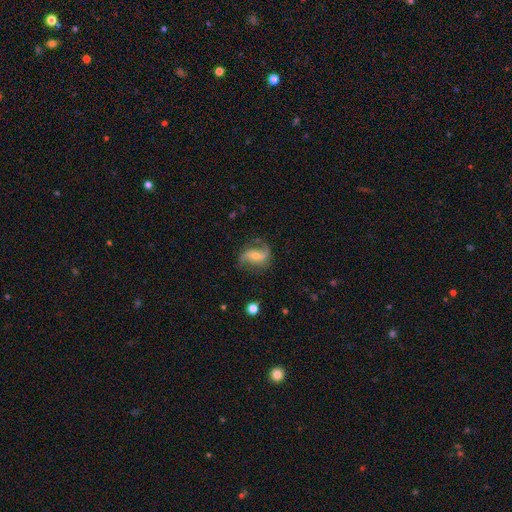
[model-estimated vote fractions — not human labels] The model was most divided on "bar": no: 43%, weak: 36%, strong: 22%. More confident: edge-on disk — no (96%); spiral arms — yes (94%); spiral arm count — 2 (88%); smooth or featured — featured or disk (79%); merging — none (68%); spiral winding — loose (65%); bulge size — small (53%).